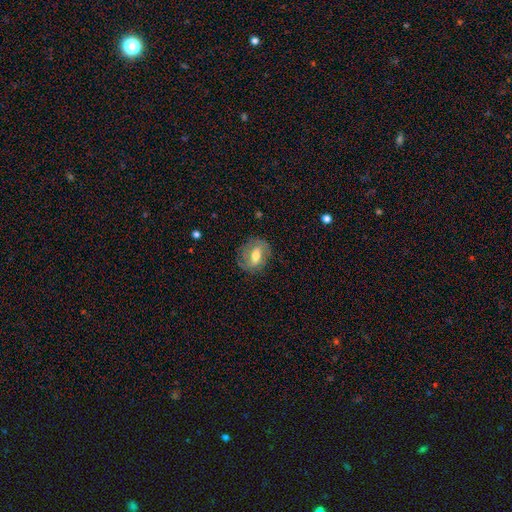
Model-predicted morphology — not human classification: Smooth or featured: featured or disk — 52% (smooth — 40%)
Edge-on disk: no — 93% (yes — 7%)
Merging: none — 73% (minor disturbance — 18%)